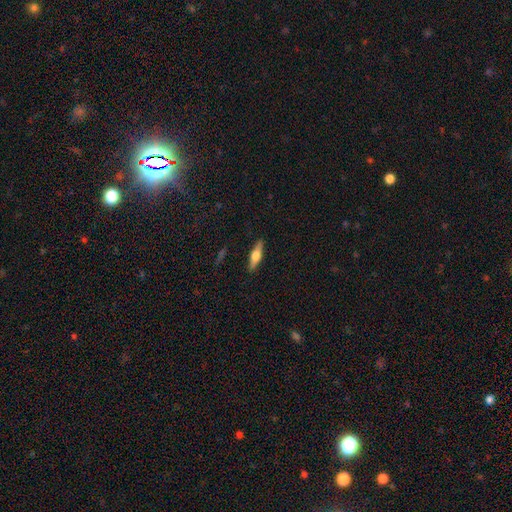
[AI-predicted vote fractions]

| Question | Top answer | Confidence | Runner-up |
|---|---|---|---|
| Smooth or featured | featured or disk | 54% | smooth (40%) |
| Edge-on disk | yes | 95% | no (5%) |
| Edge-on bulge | rounded | 93% | boxy (5%) |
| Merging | none | 89% | minor disturbance (8%) |